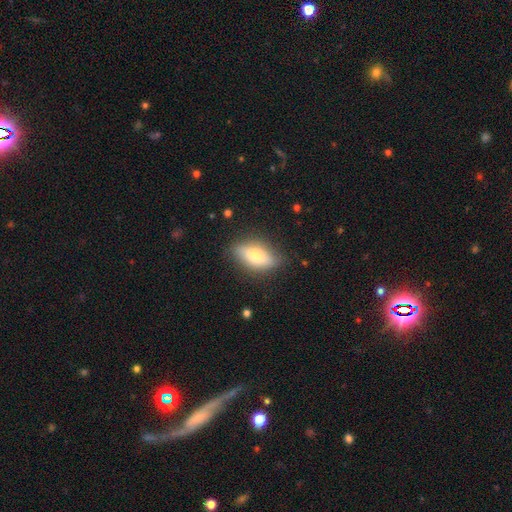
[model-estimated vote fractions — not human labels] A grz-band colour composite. It shows a smooth galaxy with no disk features (63%) that is in between round and cigar-shaped (77%). Merging: none (81%).